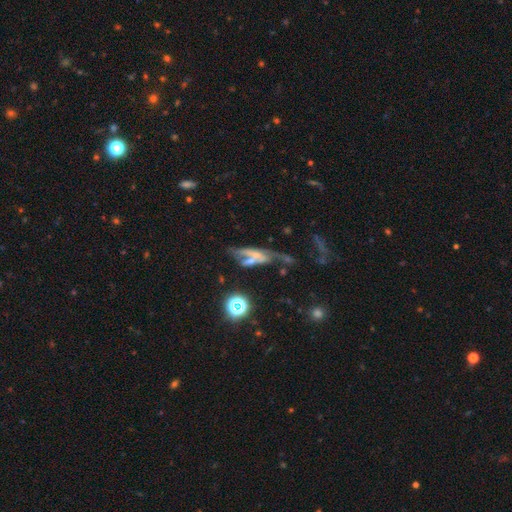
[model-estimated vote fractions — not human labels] featured or disk 50%, smooth 34%, star or artifact 16%. Down the decision tree: edge-on disk — no (68%); merging — merger (34%).